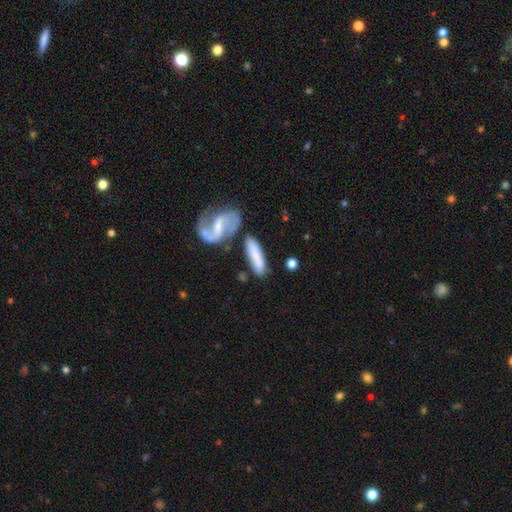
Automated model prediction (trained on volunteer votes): The model was most divided on "how rounded": cigar-shaped: 63%, in between: 33%, round: 3%. More confident: smooth or featured — smooth (64%); merging — none (56%).